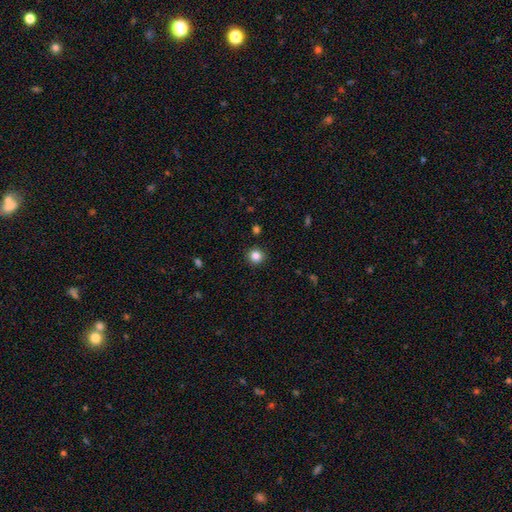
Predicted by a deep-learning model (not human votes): smooth 85%, star or artifact 11%, featured or disk 4%. Down the decision tree: how rounded — round (93%); merging — none (92%).